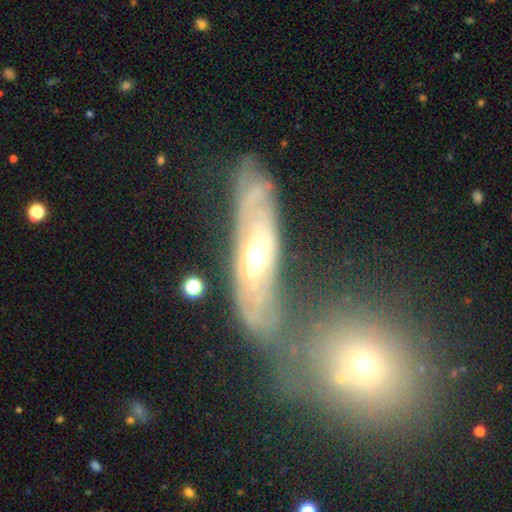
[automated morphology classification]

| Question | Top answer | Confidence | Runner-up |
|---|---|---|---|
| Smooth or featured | featured or disk | 75% | smooth (17%) |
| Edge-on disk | no | 74% | yes (26%) |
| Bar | no | 64% | weak (26%) |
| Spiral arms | yes | 74% | no (26%) |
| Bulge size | moderate | 61% | small (31%) |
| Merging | none | 58% | merger (18%) |